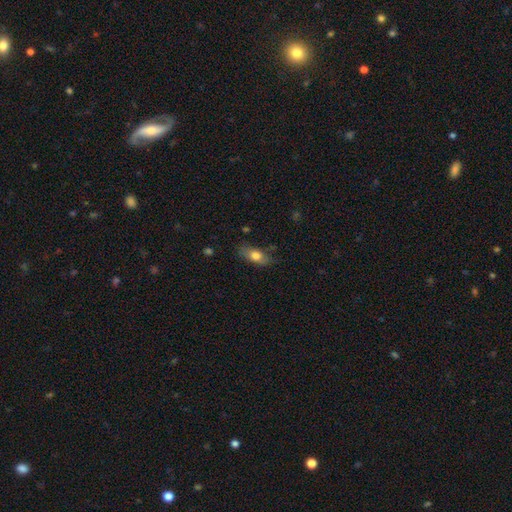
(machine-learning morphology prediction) smooth_or_featured: smooth (p=0.74) [alt: featured or disk p=0.19]
how_rounded: in between (p=0.81) [alt: cigar-shaped p=0.13]
merging: none (p=0.72) [alt: minor disturbance p=0.21]